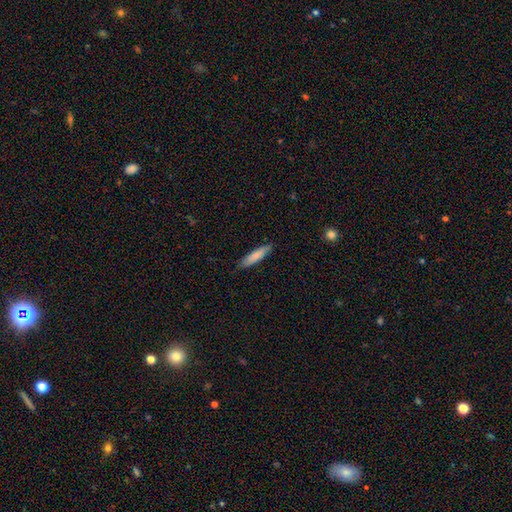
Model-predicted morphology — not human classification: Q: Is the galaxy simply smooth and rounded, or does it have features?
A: smooth — 81%.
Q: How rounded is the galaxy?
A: cigar-shaped — 83%.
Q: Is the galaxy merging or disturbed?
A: none — 85%.